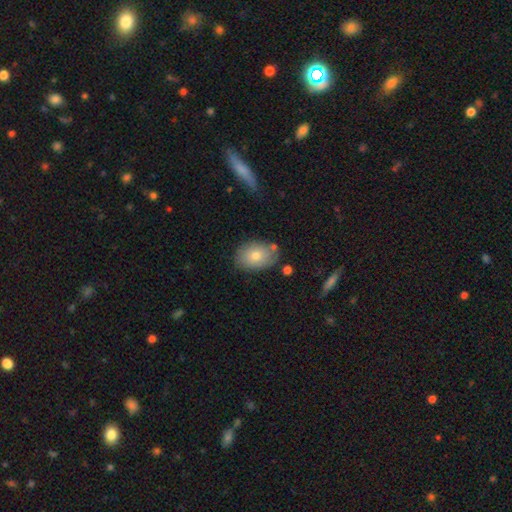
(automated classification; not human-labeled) Smooth or featured? smooth (75%)
How rounded? in between (79%)
Merging? none (78%)